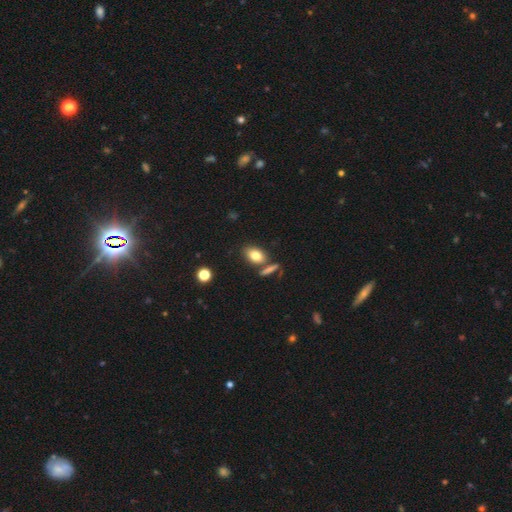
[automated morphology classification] Smooth or featured? smooth (80%)
How rounded? in between (81%)
Merging? none (68%)